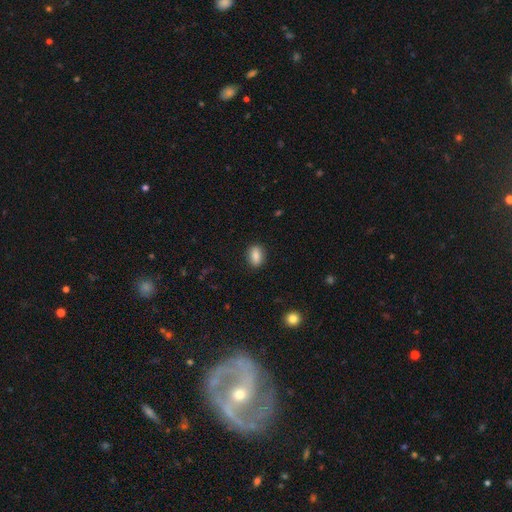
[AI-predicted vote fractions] Smooth or featured: smooth — 84% (star or artifact — 8%)
How rounded: in between — 78% (round — 19%)
Merging: none — 89% (minor disturbance — 8%)